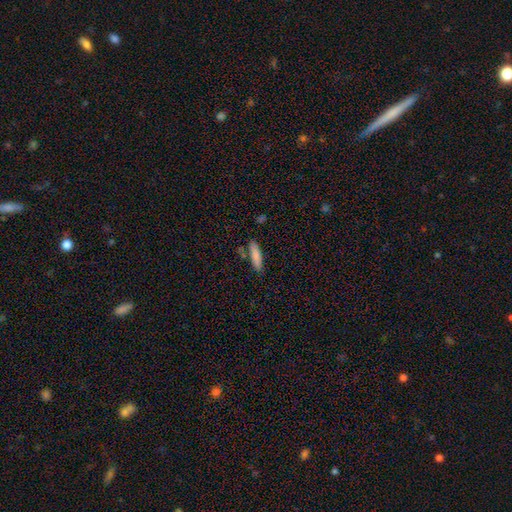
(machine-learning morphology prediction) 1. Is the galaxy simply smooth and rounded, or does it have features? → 83% smooth, 10% featured or disk, 7% star or artifact.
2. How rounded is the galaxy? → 72% cigar-shaped, 27% in between, 2% round.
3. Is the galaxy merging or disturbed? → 78% none, 12% minor disturbance, 6% merger, 3% major disturbance.